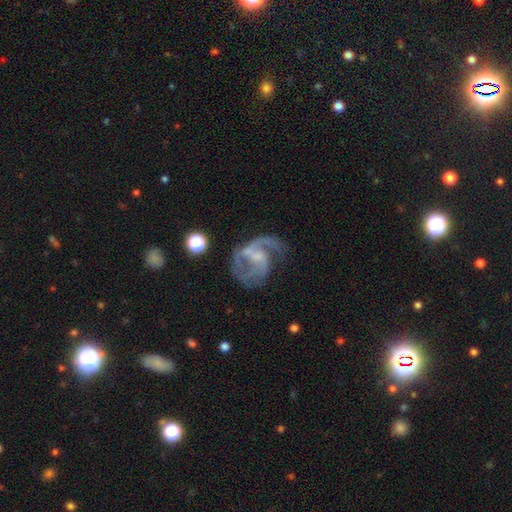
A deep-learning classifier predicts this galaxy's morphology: Smooth or featured?
  - featured or disk: 85% *
  - smooth: 8%
  - star or artifact: 7%
Edge-on disk?
  - no: 98% *
  - yes: 2%
Bar?
  - weak: 45% *
  - no: 43%
  - strong: 12%
Spiral arms?
  - yes: 93% *
  - no: 7%
Spiral winding?
  - medium: 52% *
  - loose: 31%
  - tight: 17%
Spiral arm count?
  - 2: 56% *
  - 3: 17%
  - can't tell: 11%
  - 1: 8%
  - 4: 4%
  - more than 4: 4%
Bulge size?
  - small: 45% *
  - none: 30%
  - moderate: 21%
  - large: 2%
  - dominant: 1%
Merging?
  - none: 50% *
  - major disturbance: 27%
  - minor disturbance: 19%
  - merger: 4%